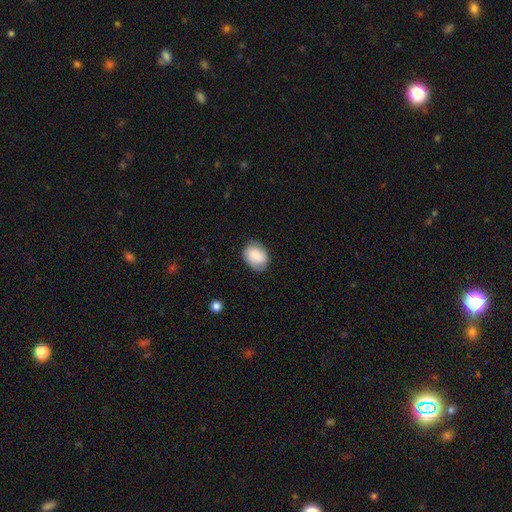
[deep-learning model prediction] Smooth or featured?
  - smooth: 78% *
  - featured or disk: 14%
  - star or artifact: 8%
How rounded?
  - in between: 69% *
  - round: 30%
  - cigar-shaped: 1%
Merging?
  - none: 75% *
  - minor disturbance: 19%
  - major disturbance: 5%
  - merger: 1%